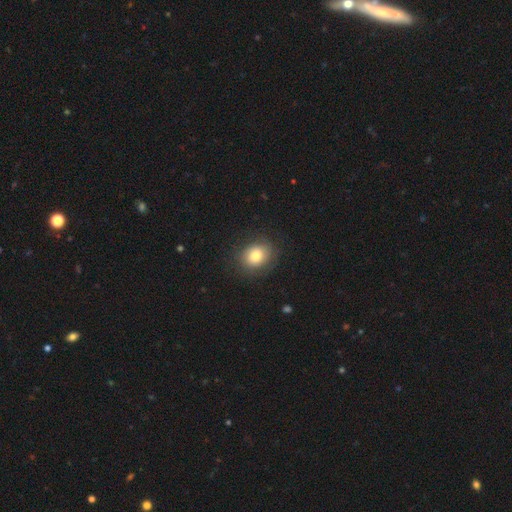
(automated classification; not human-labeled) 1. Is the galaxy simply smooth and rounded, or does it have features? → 77% smooth, 13% featured or disk, 10% star or artifact.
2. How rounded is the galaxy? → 62% round, 37% in between, 1% cigar-shaped.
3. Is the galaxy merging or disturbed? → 82% none, 12% minor disturbance, 5% major disturbance, 1% merger.